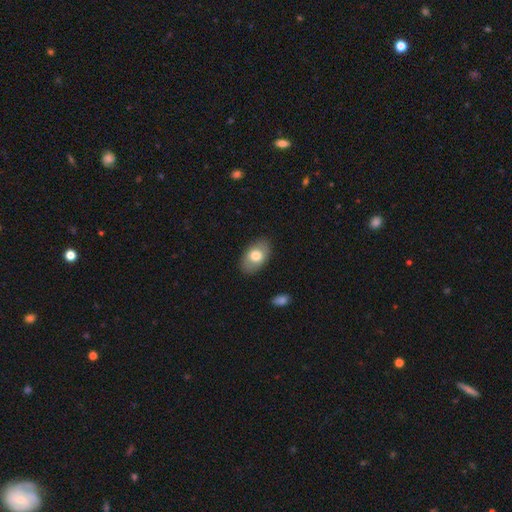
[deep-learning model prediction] smooth 74%, featured or disk 19%, star or artifact 7%. Down the decision tree: how rounded — in between (89%); merging — none (86%).